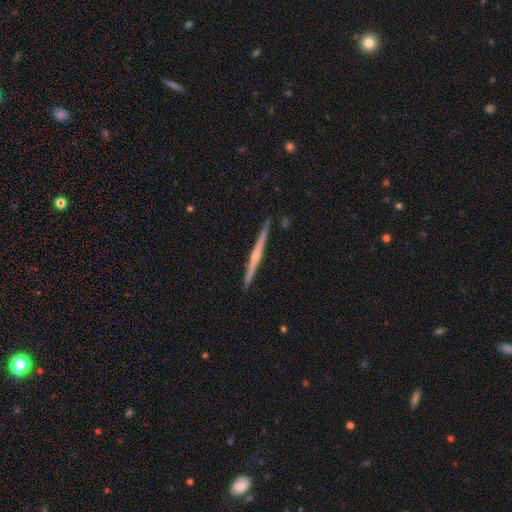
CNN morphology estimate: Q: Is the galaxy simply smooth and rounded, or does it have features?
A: featured or disk — 78%.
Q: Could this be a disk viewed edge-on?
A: yes — 98%.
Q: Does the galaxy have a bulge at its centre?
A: rounded — 66%.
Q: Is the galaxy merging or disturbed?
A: none — 91%.